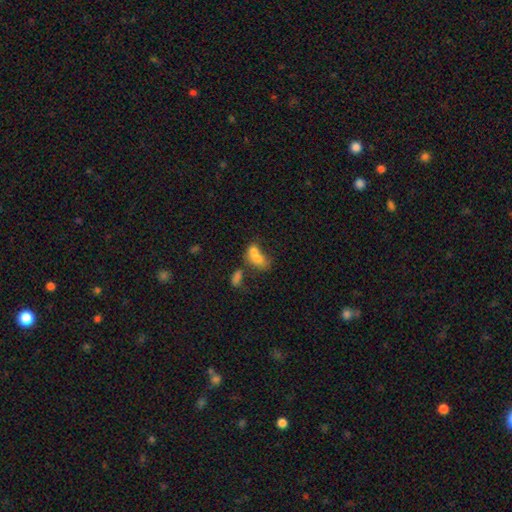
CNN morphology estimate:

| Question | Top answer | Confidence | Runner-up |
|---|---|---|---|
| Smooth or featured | smooth | 68% | featured or disk (21%) |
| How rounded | in between | 72% | round (25%) |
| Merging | merger | 70% | none (17%) |